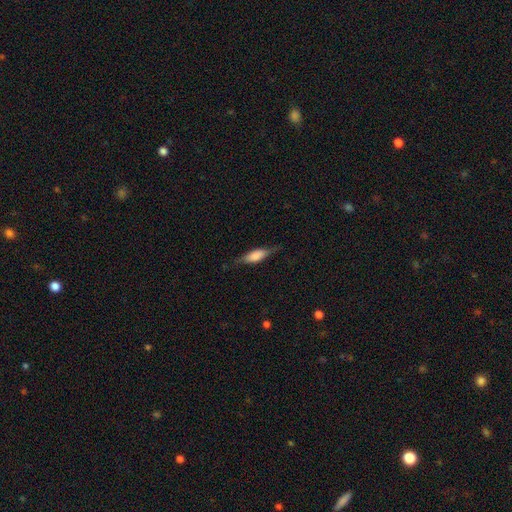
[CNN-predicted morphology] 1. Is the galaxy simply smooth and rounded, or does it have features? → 56% smooth, 37% featured or disk, 7% star or artifact.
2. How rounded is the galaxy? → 57% in between, 40% cigar-shaped, 3% round.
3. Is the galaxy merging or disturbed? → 72% none, 20% minor disturbance, 7% major disturbance, 1% merger.